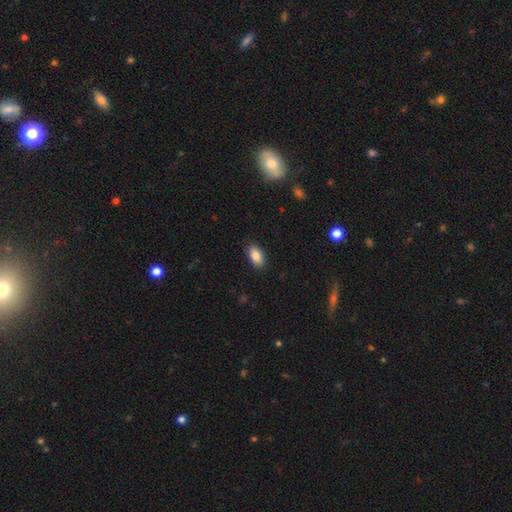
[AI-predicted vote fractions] Smooth or featured? Predicted: smooth (p=0.88). How rounded? Predicted: in between (p=0.93). Merging? Predicted: none (p=0.88).